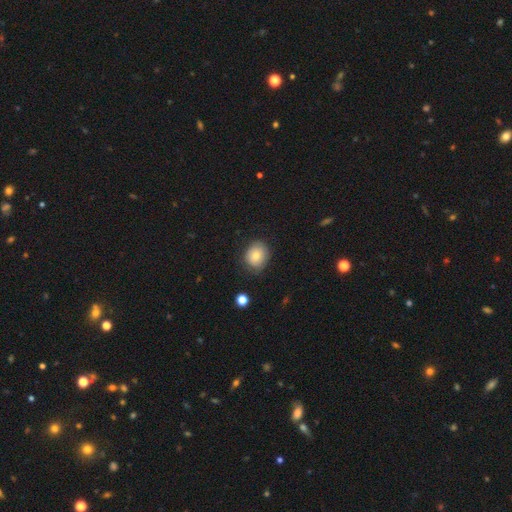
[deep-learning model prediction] Smooth or featured? smooth (77%)
How rounded? round (65%)
Merging? none (77%)